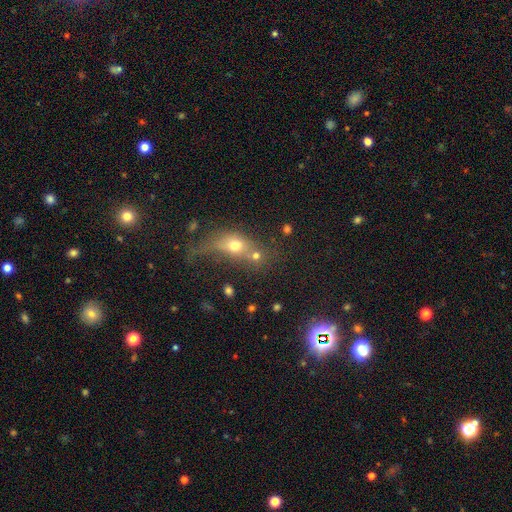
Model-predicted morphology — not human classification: Smooth or featured? smooth (62%)
How rounded? round (48%)
Merging? merger (42%)